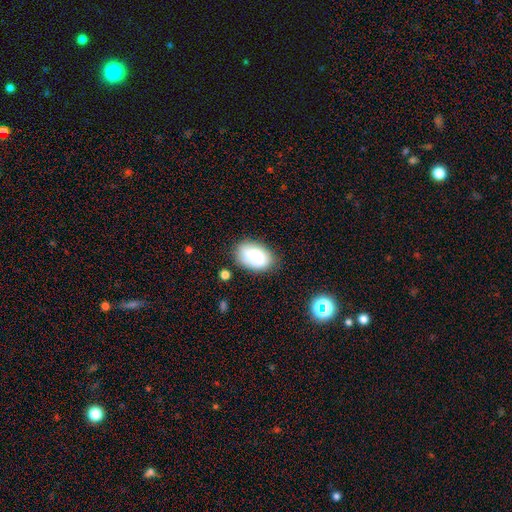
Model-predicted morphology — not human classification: This is possibly a smooth galaxy (55%). How rounded: clearly in between (86%). Merging: likely none (71%).